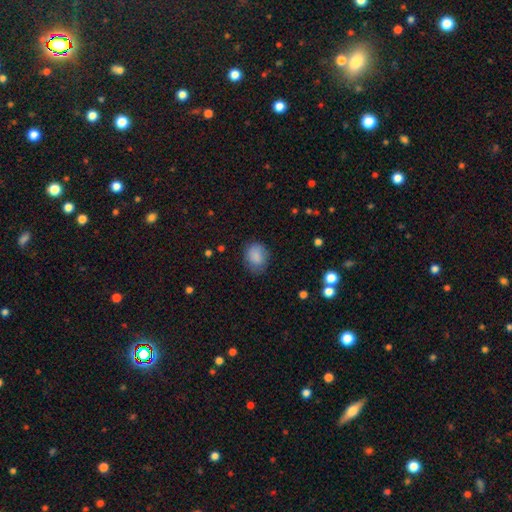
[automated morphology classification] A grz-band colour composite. It shows a smooth galaxy with no disk features (86%) that is in between round and cigar-shaped (50%). Merging: none (72%).